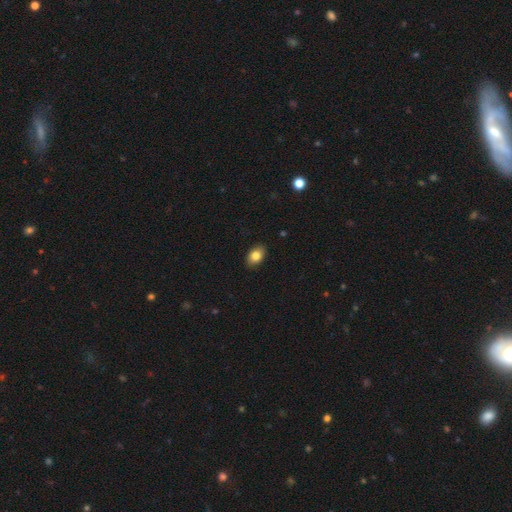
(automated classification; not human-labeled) Smooth or featured?
  - smooth: 83% *
  - featured or disk: 9%
  - star or artifact: 8%
How rounded?
  - in between: 85% *
  - round: 14%
  - cigar-shaped: 1%
Merging?
  - none: 88% *
  - minor disturbance: 9%
  - major disturbance: 2%
  - merger: 1%